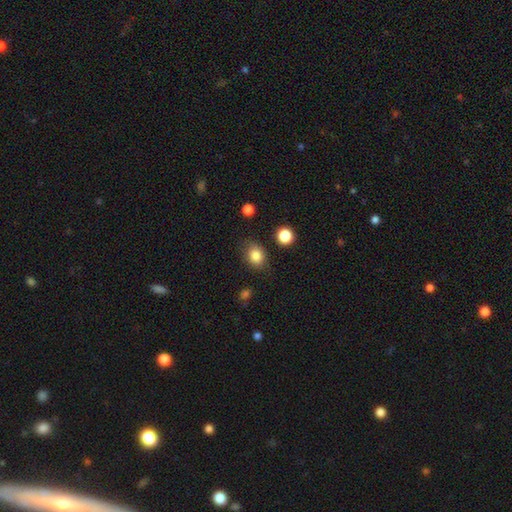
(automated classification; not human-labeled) smooth 83%, star or artifact 10%, featured or disk 7%. Down the decision tree: how rounded — in between (50%); merging — none (80%).